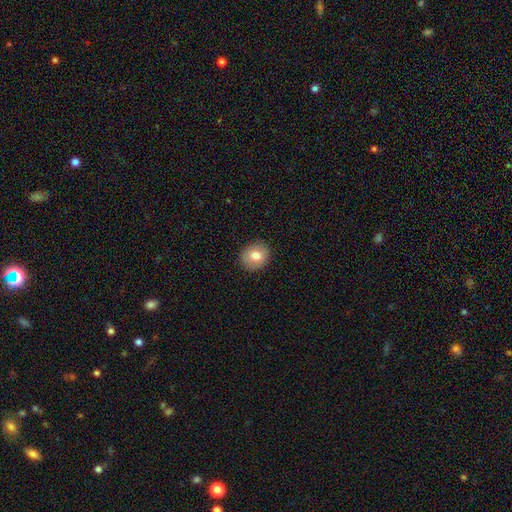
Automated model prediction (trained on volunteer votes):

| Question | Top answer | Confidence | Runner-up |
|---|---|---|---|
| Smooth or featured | smooth | 80% | featured or disk (11%) |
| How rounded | round | 83% | in between (16%) |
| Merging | none | 91% | minor disturbance (7%) |